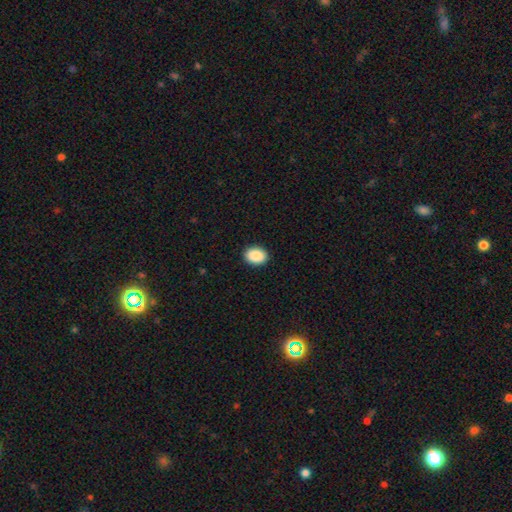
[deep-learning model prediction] Overall: smooth (90%). How rounded: in between (67%; round 32%). Merging: none (91%).